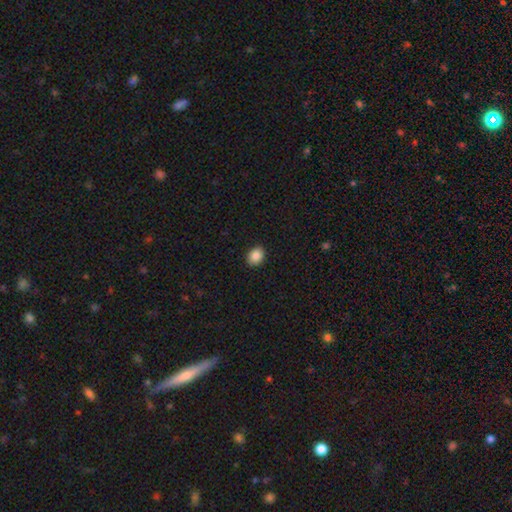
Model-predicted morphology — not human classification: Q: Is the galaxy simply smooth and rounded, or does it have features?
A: smooth — 88%.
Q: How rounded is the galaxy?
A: in between — 56%.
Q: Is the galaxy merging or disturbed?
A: none — 91%.